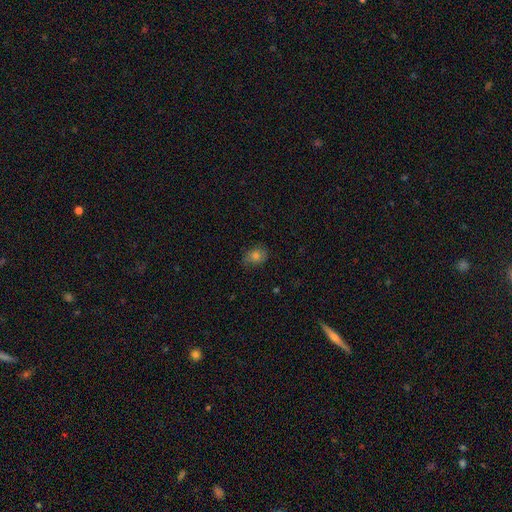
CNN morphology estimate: A smooth galaxy with no disk features (71%) that is in between round and cigar-shaped (50%). Merging: none (74%).